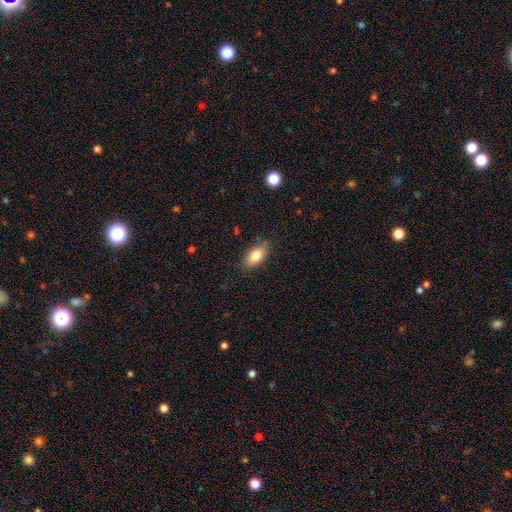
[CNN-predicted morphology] The model was most divided on "merging": none: 79%, minor disturbance: 16%, major disturbance: 3%, merger: 1%. More confident: how rounded — in between (89%); smooth or featured — smooth (81%).